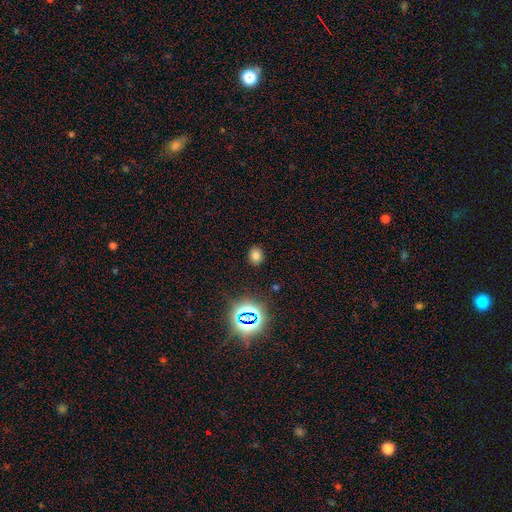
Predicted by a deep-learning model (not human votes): Smooth or featured?
  - smooth: 73% *
  - star or artifact: 21%
  - featured or disk: 6%
How rounded?
  - round: 62% *
  - in between: 37%
  - cigar-shaped: 1%
Merging?
  - none: 87% *
  - minor disturbance: 8%
  - major disturbance: 3%
  - merger: 1%